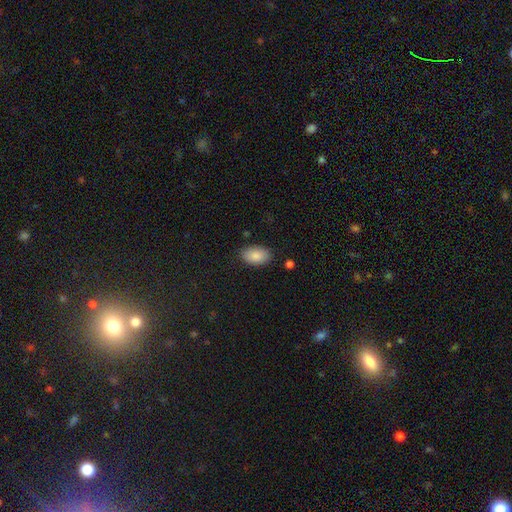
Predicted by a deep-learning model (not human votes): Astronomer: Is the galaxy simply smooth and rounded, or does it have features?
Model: smooth — 86%.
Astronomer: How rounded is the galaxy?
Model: in between — 92%.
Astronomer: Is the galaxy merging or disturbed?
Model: none — 84%.